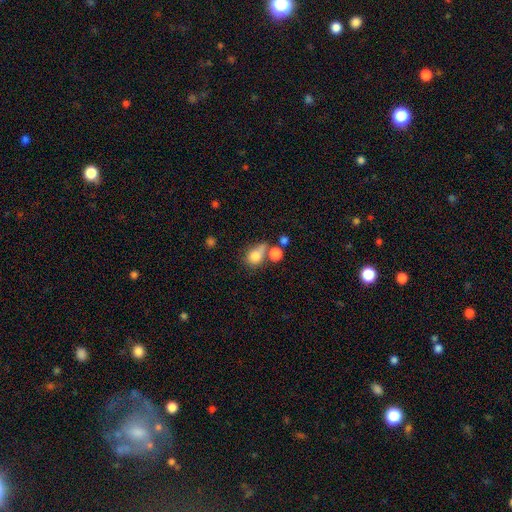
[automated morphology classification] This is likely a smooth galaxy (77%). How rounded: likely round (61%). Merging: marginally merger (36%, tied with none).